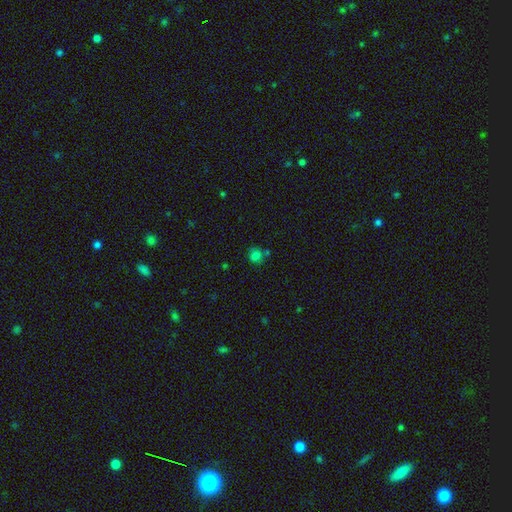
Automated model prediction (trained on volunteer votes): Smooth or featured?
  - smooth: 76% *
  - star or artifact: 18%
  - featured or disk: 6%
How rounded?
  - round: 84% *
  - in between: 15%
  - cigar-shaped: 1%
Merging?
  - none: 67% *
  - minor disturbance: 15%
  - merger: 13%
  - major disturbance: 5%